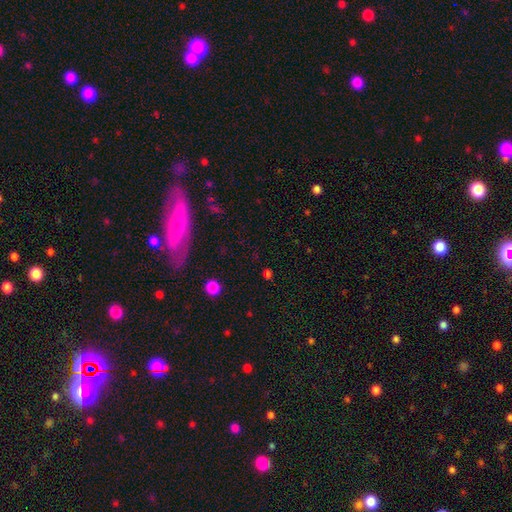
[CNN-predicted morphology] star or artifact 47%, smooth 44%, featured or disk 9%.